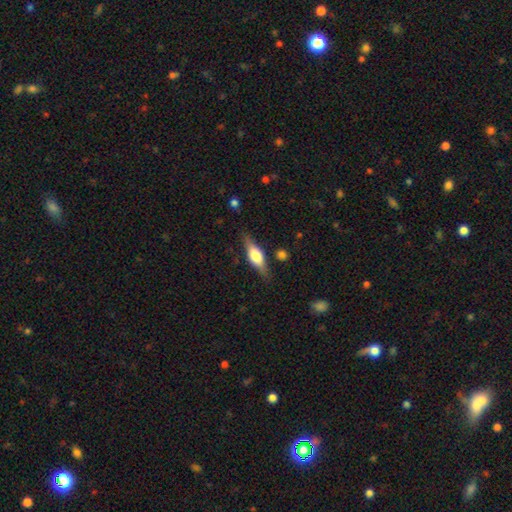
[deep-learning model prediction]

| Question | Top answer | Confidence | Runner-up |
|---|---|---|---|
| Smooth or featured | featured or disk | 54% | smooth (39%) |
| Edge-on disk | yes | 93% | no (7%) |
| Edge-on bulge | rounded | 87% | boxy (11%) |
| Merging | none | 82% | minor disturbance (12%) |